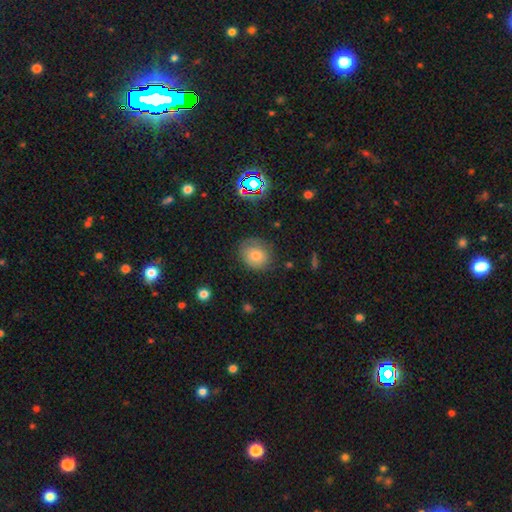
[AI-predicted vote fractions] smooth-or-featured: smooth: 74% | featured or disk: 14% | star or artifact: 12%
  how-rounded: round: 68% | in between: 31% | cigar-shaped: 1%
  merging: none: 73% | minor disturbance: 19% | major disturbance: 6% | merger: 2%